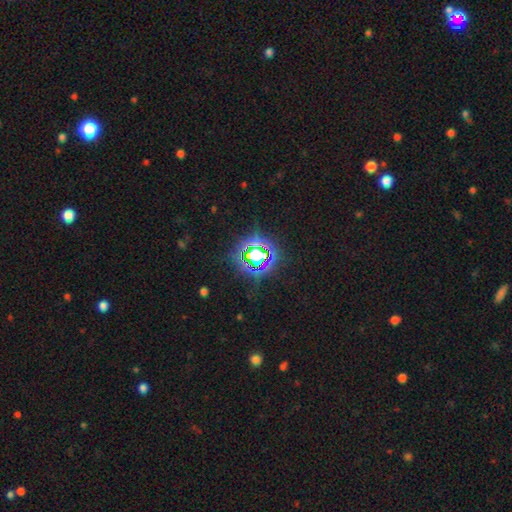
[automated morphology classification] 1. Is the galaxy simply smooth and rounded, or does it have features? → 68% star or artifact, 22% smooth, 10% featured or disk.